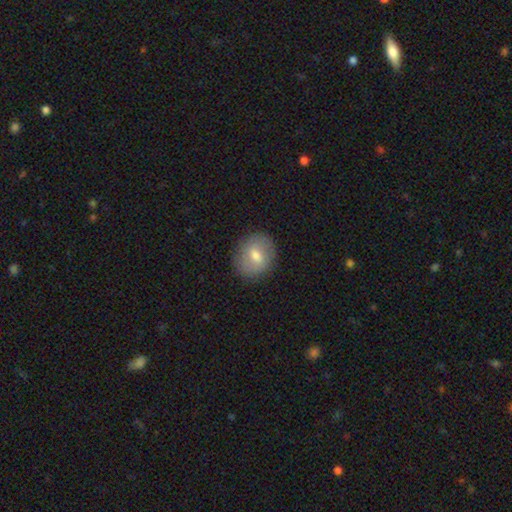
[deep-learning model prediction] This appears to be a smooth galaxy with no disk features (63%) that is round (70%). Merging: none (86%).